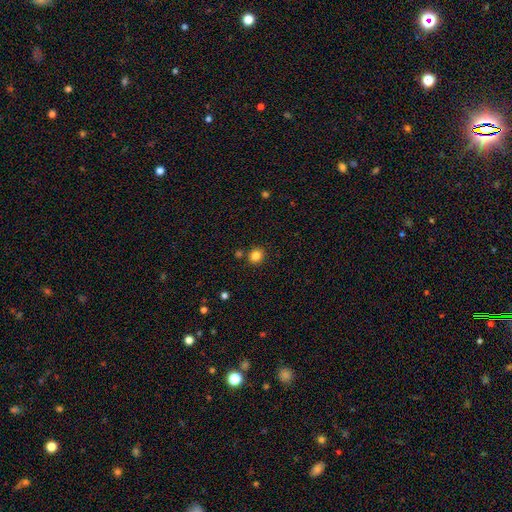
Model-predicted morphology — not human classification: smooth_or_featured: smooth (p=0.83) [alt: star or artifact p=0.12]
how_rounded: round (p=0.85) [alt: in between p=0.14]
merging: none (p=0.84) [alt: minor disturbance p=0.08]